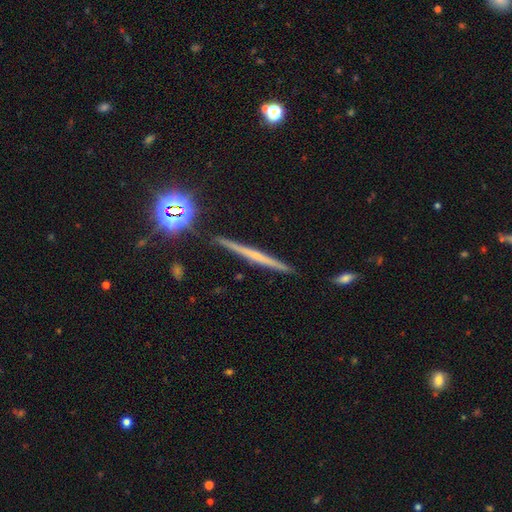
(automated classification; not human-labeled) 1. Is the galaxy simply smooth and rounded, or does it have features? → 60% featured or disk, 27% smooth, 13% star or artifact.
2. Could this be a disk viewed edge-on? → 97% yes, 3% no.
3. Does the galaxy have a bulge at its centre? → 57% none, 36% rounded, 7% boxy.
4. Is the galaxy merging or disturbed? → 90% none, 6% minor disturbance, 2% merger, 1% major disturbance.